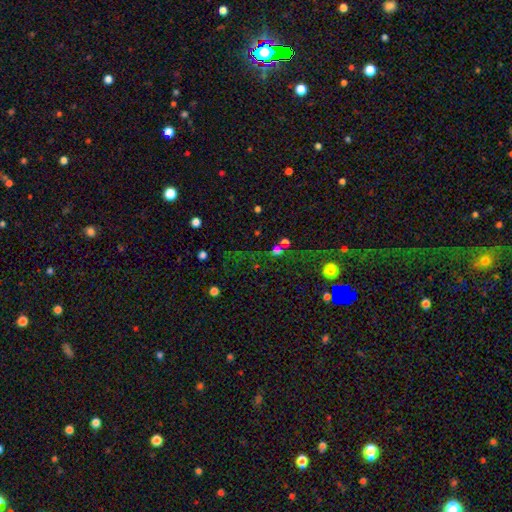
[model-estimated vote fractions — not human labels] A star or artifact, not a galaxy (72%).

Vote fractions:
- Smooth or featured? star or artifact: 72% / smooth: 17% / featured or disk: 10%